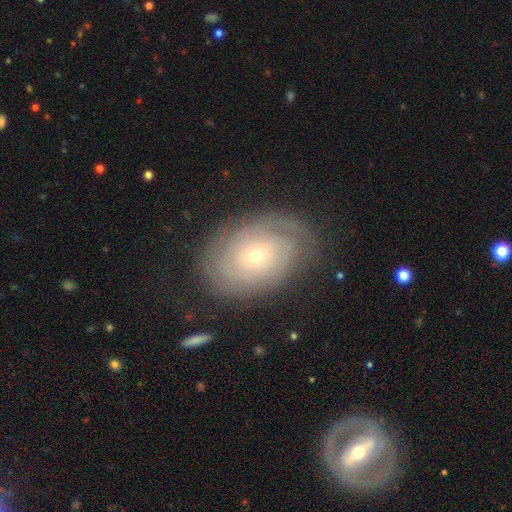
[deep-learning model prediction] This is likely a featured or disk galaxy (74%). It is clearly not viewed edge-on (95%). Bar: clearly no (83%). Spiral arm pattern: clearly yes (86%). Spiral arm count: possibly can't tell (48%). Spiral winding: likely tight (80%). Central bulge: likely small (66%). Merging: likely none (77%).